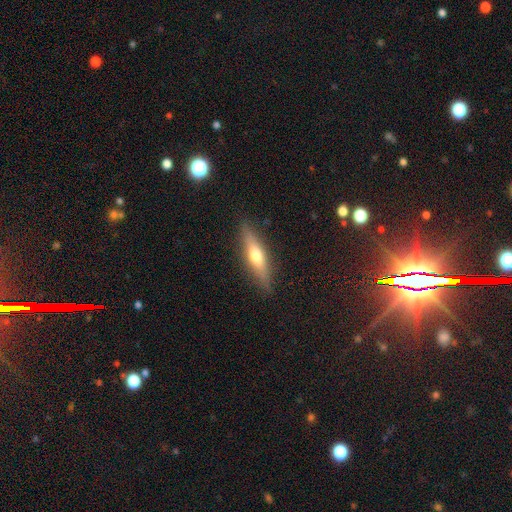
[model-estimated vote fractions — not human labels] Smooth or featured: smooth — 50% (featured or disk — 44%)
Merging: none — 87% (minor disturbance — 10%)